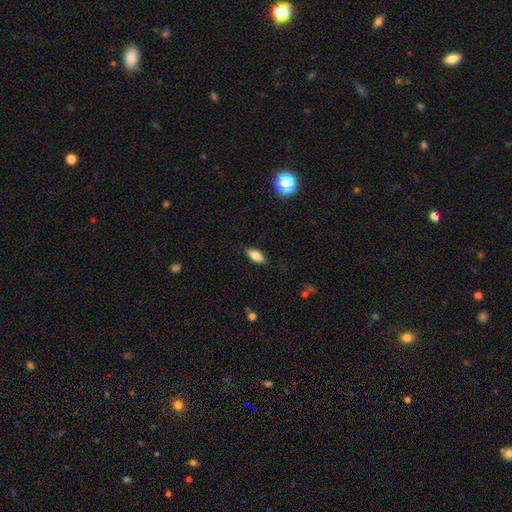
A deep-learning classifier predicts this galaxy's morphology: Smooth or featured? Predicted: smooth (p=0.78). How rounded? Predicted: in between (p=0.79). Merging? Predicted: none (p=0.87).